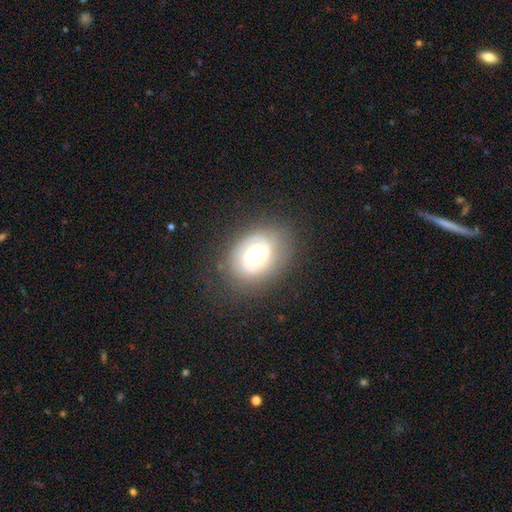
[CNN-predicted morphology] smooth-or-featured: featured or disk: 64% | smooth: 26% | star or artifact: 9%
  disk-edge-on: no: 97% | yes: 3%
    bar: no: 72% | weak: 22% | strong: 6%
    has-spiral-arms: yes: 85% | no: 15%
      spiral-winding: tight: 59% | medium: 29% | loose: 11%
      spiral-arm-count: 2: 43% | can't tell: 29% | 1: 11% | 3: 11% | 4: 4% | more than 4: 3%
    bulge-size: moderate: 48% | large: 34% | small: 10% | dominant: 7% | none: 1%
  merging: none: 73% | minor disturbance: 16% | major disturbance: 9% | merger: 1%